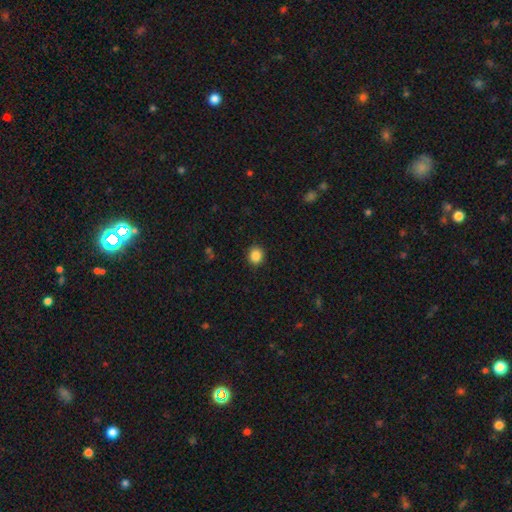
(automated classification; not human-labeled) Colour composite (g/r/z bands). It shows a smooth galaxy with no disk features (86%) that is round (79%). Merging: none (89%).